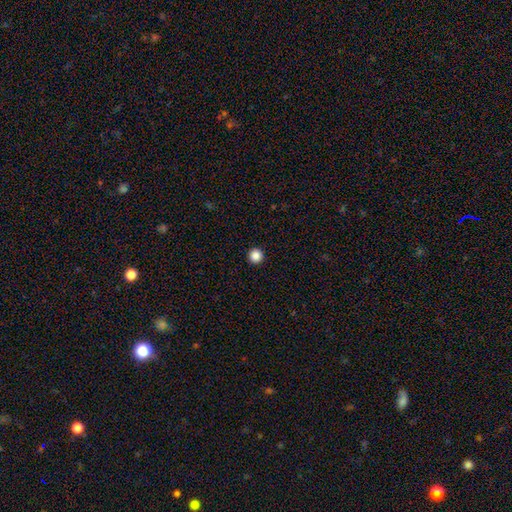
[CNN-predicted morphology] Q: Smooth or featured?
A: smooth (86%); runner-up: star or artifact (11%)
Q: How rounded?
A: round (97%); runner-up: in between (2%)
Q: Merging?
A: none (94%); runner-up: minor disturbance (3%)